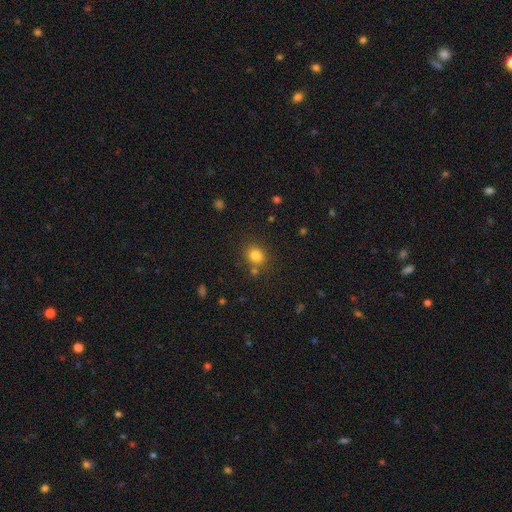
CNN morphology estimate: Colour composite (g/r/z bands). It shows a smooth galaxy with no disk features (82%) that is round (69%). Merging: none (76%).